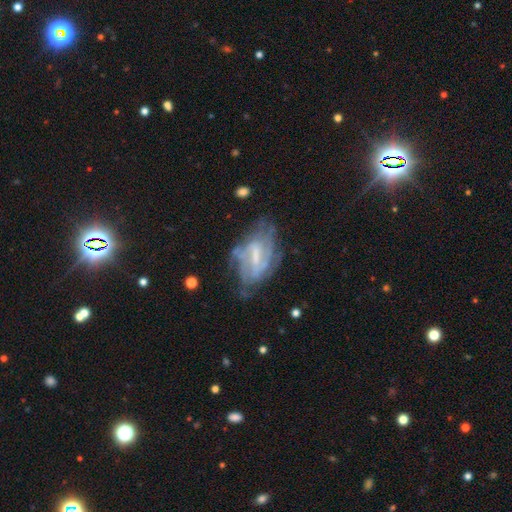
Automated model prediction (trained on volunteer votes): This is likely a featured or disk galaxy (76%). It is clearly not viewed edge-on (94%). Bar: possibly weak (47%). Spiral arm pattern: clearly yes (81%). Spiral arm count: possibly can't tell (46%). Spiral winding: marginally tight (45%). Central bulge: marginally small (39%). Merging: possibly none (53%).